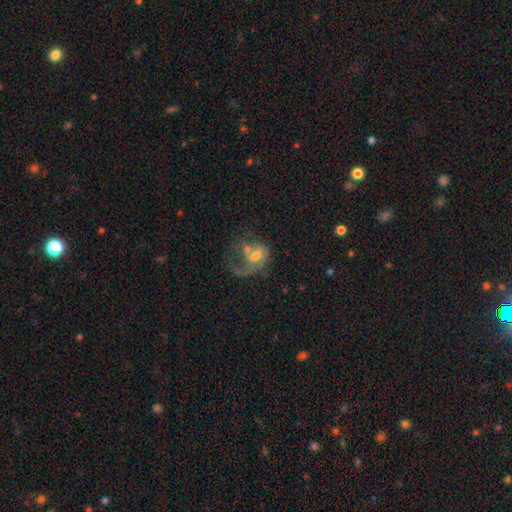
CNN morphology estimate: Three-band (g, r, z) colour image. It shows a featured or disk galaxy (60%) with no bar (62%), spiral arms (65%) and a moderate central bulge (59%). Merging: major disturbance (40%).